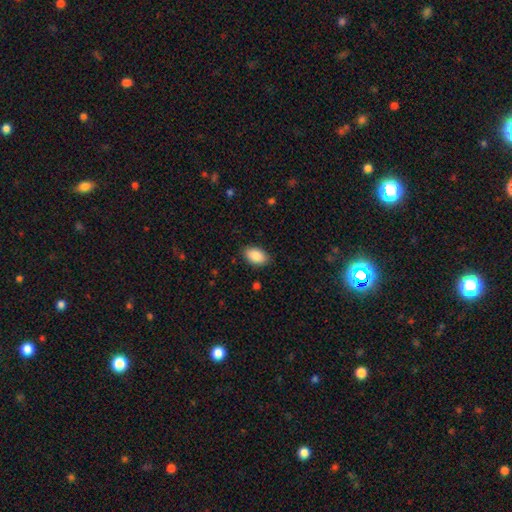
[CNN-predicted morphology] A smooth galaxy with no disk features (89%) that is in between round and cigar-shaped (93%).

Vote fractions:
- Smooth or featured? smooth: 89% / star or artifact: 7% / featured or disk: 5%
- How rounded? in between: 93% / round: 6% / cigar-shaped: 1%
- Merging? none: 86% / minor disturbance: 10% / major disturbance: 2% / merger: 1%